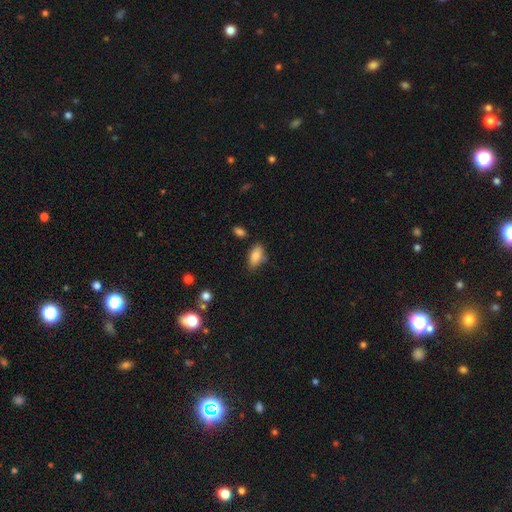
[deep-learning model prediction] Smooth or featured? smooth (84%)
How rounded? in between (90%)
Merging? none (71%)